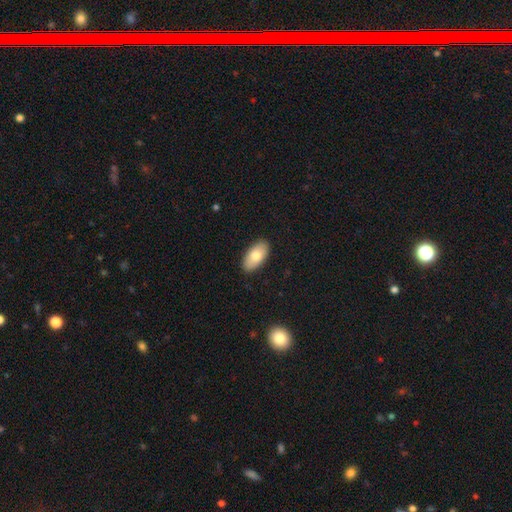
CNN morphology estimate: A smooth galaxy with no disk features (77%) that is in between round and cigar-shaped (94%).

Vote fractions:
- Smooth or featured? smooth: 77% / featured or disk: 17% / star or artifact: 6%
- How rounded? in between: 94% / cigar-shaped: 3% / round: 3%
- Merging? none: 89% / minor disturbance: 8% / major disturbance: 2% / merger: 1%